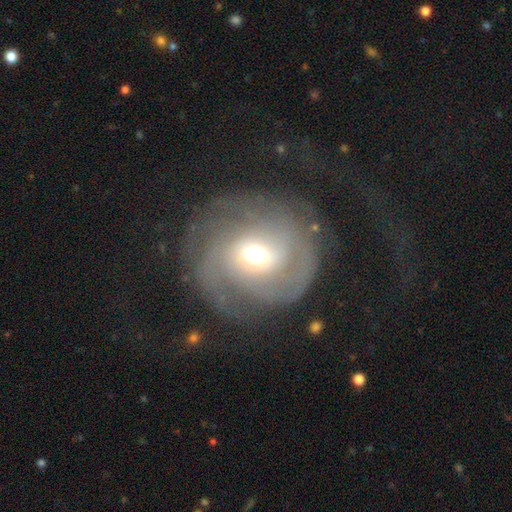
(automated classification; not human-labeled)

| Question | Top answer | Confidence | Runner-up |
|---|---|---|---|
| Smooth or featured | featured or disk | 79% | smooth (14%) |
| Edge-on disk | no | 97% | yes (3%) |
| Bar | no | 59% | weak (32%) |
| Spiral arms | yes | 91% | no (9%) |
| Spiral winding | tight | 53% | medium (34%) |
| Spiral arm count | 2 | 42% | can't tell (26%) |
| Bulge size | moderate | 63% | small (25%) |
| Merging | none | 69% | minor disturbance (17%) |